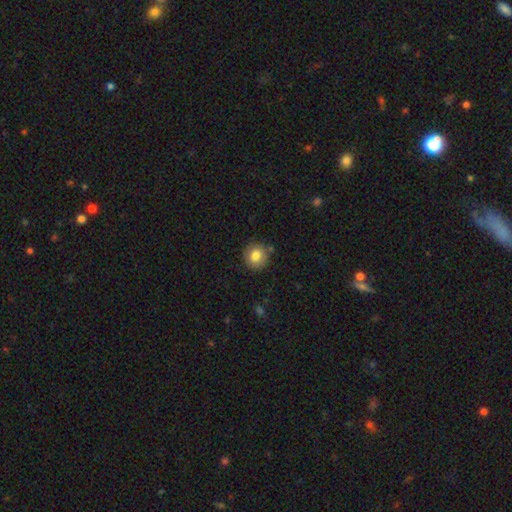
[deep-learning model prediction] smooth_or_featured: smooth (p=0.81) [alt: featured or disk p=0.10]
how_rounded: round (p=0.90) [alt: in between p=0.09]
merging: none (p=0.84) [alt: minor disturbance p=0.11]